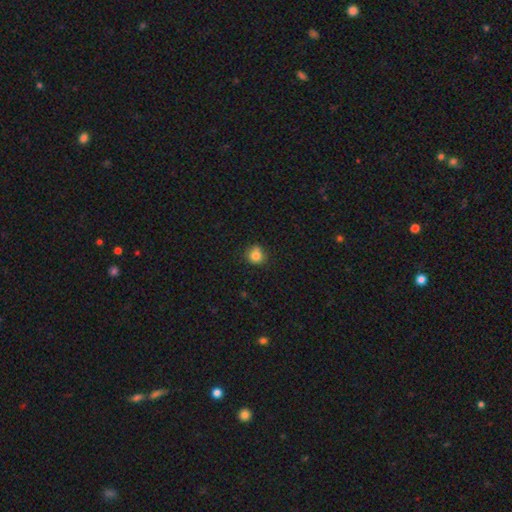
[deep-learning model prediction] Q: Smooth or featured?
A: smooth (82%); runner-up: star or artifact (11%)
Q: How rounded?
A: round (86%); runner-up: in between (13%)
Q: Merging?
A: none (76%); runner-up: minor disturbance (17%)